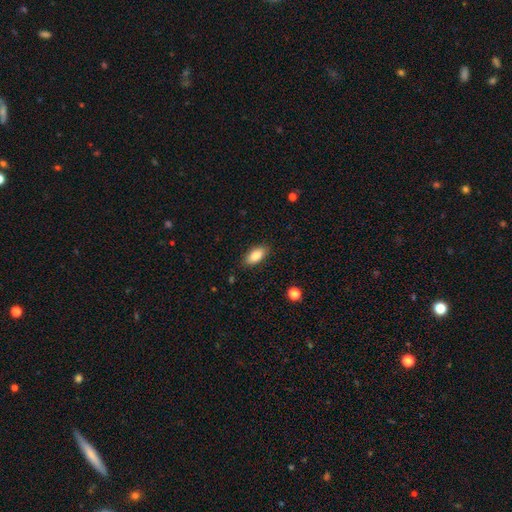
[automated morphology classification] This appears to be a smooth galaxy with no disk features (85%) that is in between round and cigar-shaped (89%). Merging: none (86%).